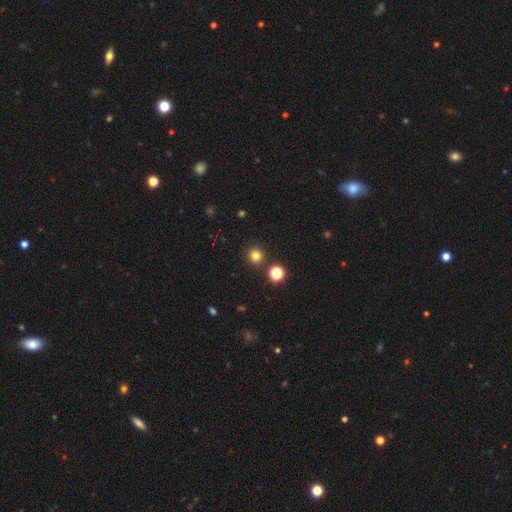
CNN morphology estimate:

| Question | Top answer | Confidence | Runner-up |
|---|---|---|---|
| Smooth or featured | smooth | 80% | star or artifact (16%) |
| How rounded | round | 94% | in between (5%) |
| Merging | none | 87% | minor disturbance (6%) |